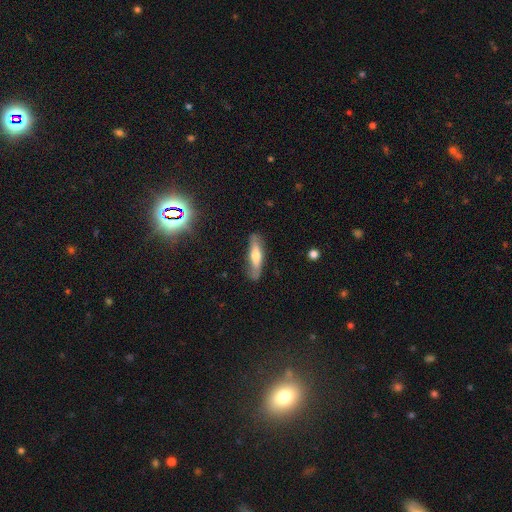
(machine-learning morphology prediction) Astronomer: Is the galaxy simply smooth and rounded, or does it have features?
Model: smooth — 52% (runner-up: featured or disk, 42%).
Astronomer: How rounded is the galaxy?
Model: cigar-shaped — 71%.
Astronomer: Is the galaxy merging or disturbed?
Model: none — 79%.